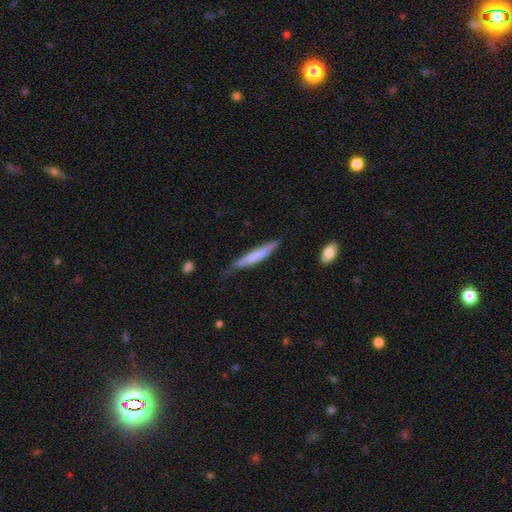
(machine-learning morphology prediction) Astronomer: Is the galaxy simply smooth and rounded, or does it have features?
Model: smooth — 65%.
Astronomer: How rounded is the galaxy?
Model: cigar-shaped — 93%.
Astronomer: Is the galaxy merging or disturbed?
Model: none — 55% (runner-up: minor disturbance, 33%).